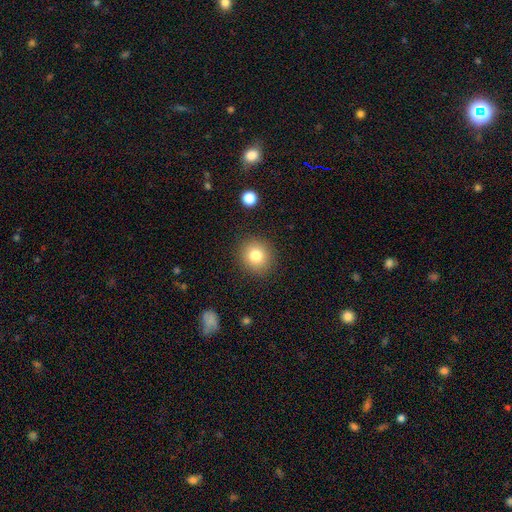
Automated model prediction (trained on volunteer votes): smooth_or_featured: smooth (p=0.80) [alt: star or artifact p=0.11]
how_rounded: round (p=0.87) [alt: in between p=0.12]
merging: none (p=0.88) [alt: minor disturbance p=0.07]